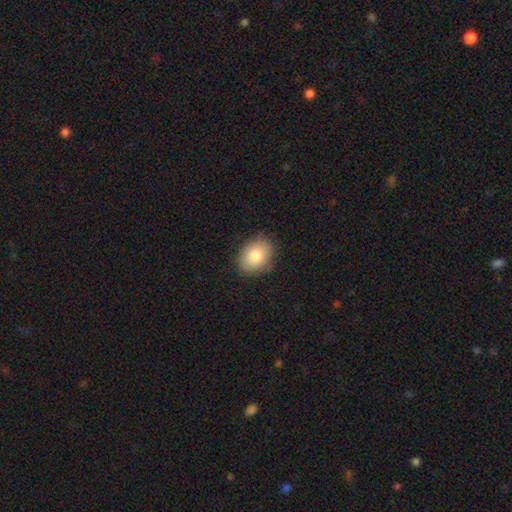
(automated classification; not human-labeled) smooth 82%, featured or disk 10%, star or artifact 8%. Down the decision tree: how rounded — in between (68%); merging — none (84%).